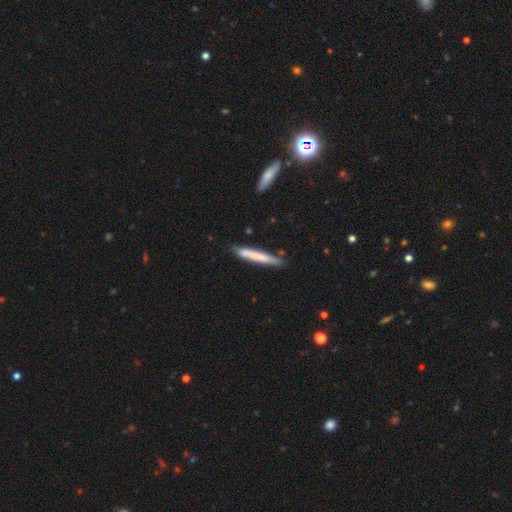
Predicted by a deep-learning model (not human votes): Smooth or featured? smooth (68%)
How rounded? cigar-shaped (95%)
Merging? none (80%)